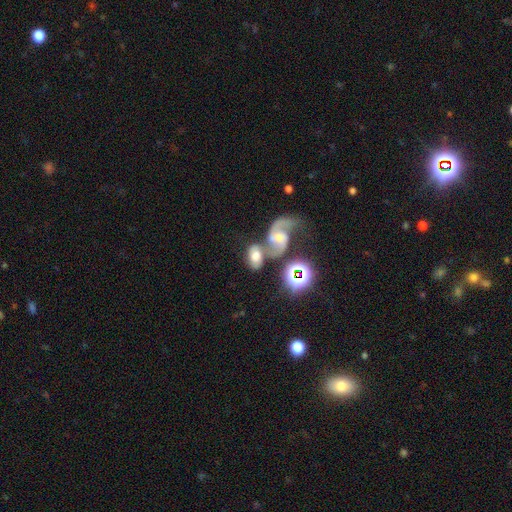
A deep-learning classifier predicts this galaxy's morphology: Smooth or featured: featured or disk — 45% (smooth — 41%)
Merging: merger — 49% (none — 30%)